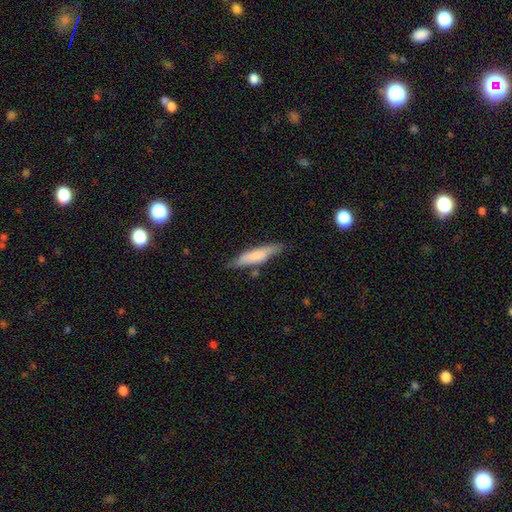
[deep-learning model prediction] Smooth or featured: smooth — 68% (featured or disk — 26%)
How rounded: cigar-shaped — 79% (in between — 19%)
Merging: none — 75% (minor disturbance — 18%)